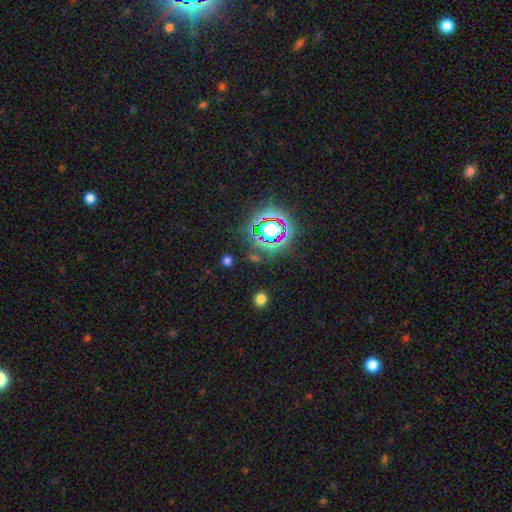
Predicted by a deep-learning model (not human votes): Smooth or featured?
  - star or artifact: 68% *
  - smooth: 24%
  - featured or disk: 9%